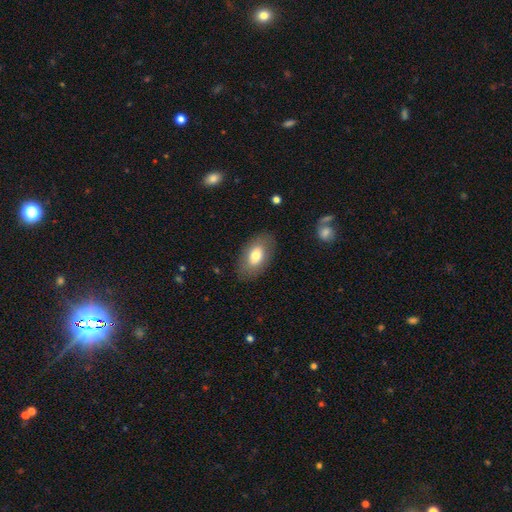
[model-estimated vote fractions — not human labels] Q: Smooth or featured?
A: smooth (76%); runner-up: featured or disk (17%)
Q: How rounded?
A: in between (92%); runner-up: round (5%)
Q: Merging?
A: none (84%); runner-up: minor disturbance (11%)